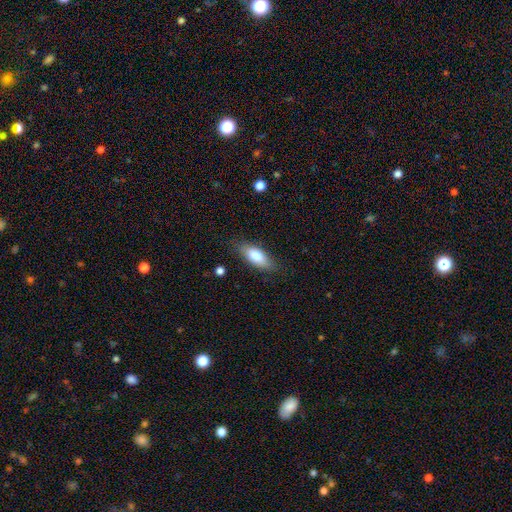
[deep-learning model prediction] This appears to be a smooth galaxy with no disk features (80%) that is in between round and cigar-shaped (77%). Merging: none (81%).